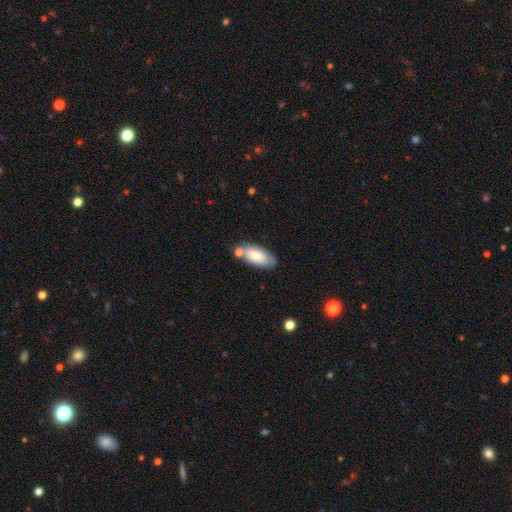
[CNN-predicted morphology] Q: Smooth or featured?
A: smooth (77%); runner-up: featured or disk (17%)
Q: How rounded?
A: in between (88%); runner-up: cigar-shaped (9%)
Q: Merging?
A: none (64%); runner-up: minor disturbance (17%)